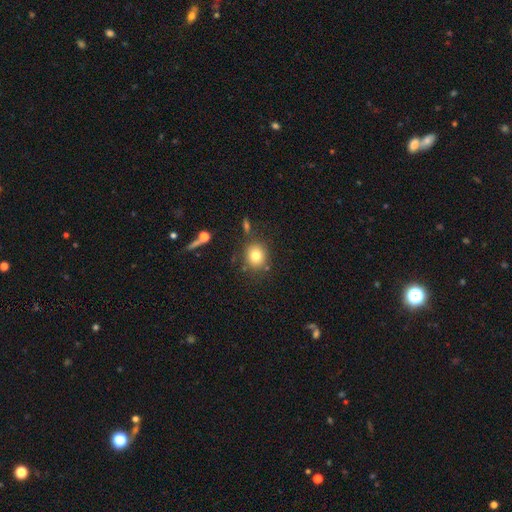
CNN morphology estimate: A smooth galaxy with no disk features (79%) that is round (78%). Merging: none (80%).